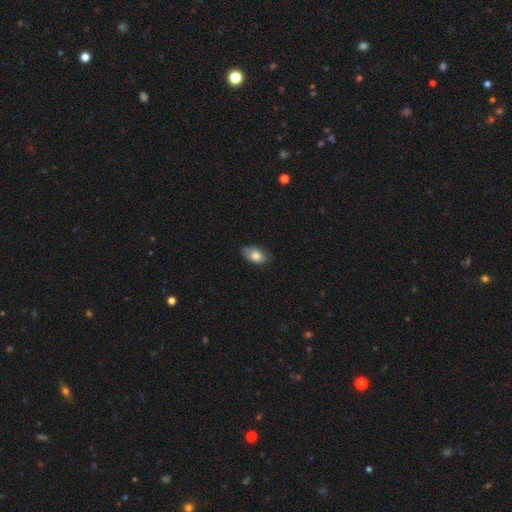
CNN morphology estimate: Overall: smooth (79%). How rounded: in between (91%). Merging: none (77%).